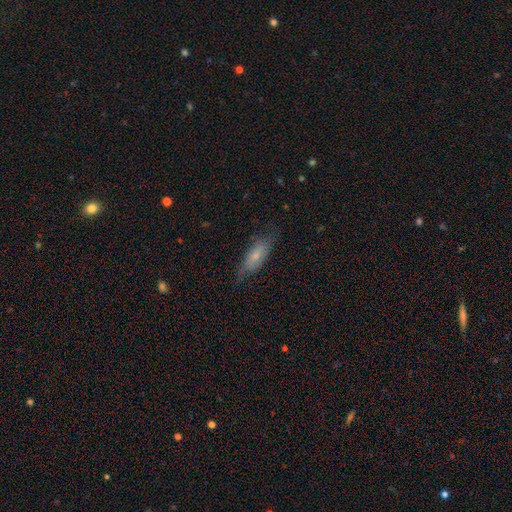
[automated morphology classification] Smooth or featured? Predicted: smooth (p=0.59). How rounded? Predicted: in between (p=0.66). Merging? Predicted: none (p=0.65).